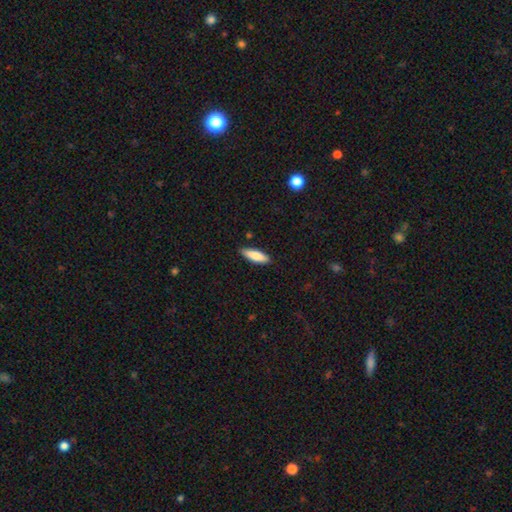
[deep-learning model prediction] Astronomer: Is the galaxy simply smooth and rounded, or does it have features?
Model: smooth — 81%.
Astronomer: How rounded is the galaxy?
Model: cigar-shaped — 49%, tied with in between at 49%.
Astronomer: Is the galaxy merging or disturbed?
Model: none — 87%.